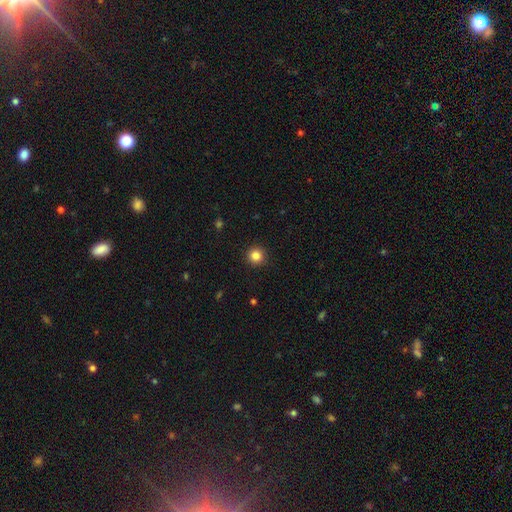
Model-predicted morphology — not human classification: Smooth or featured: smooth — 85% (star or artifact — 11%)
How rounded: round — 95% (in between — 4%)
Merging: none — 92% (minor disturbance — 5%)